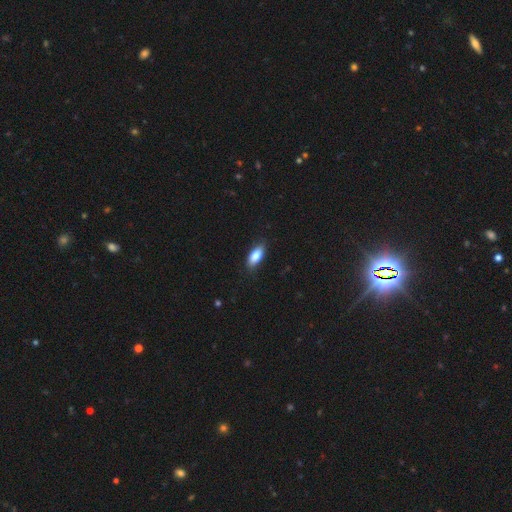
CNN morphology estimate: A smooth galaxy with no disk features (83%) that is in between round and cigar-shaped (82%).

Vote fractions:
- Smooth or featured? smooth: 83% / featured or disk: 10% / star or artifact: 7%
- How rounded? in between: 82% / cigar-shaped: 16% / round: 3%
- Merging? none: 83% / minor disturbance: 13% / major disturbance: 2% / merger: 1%